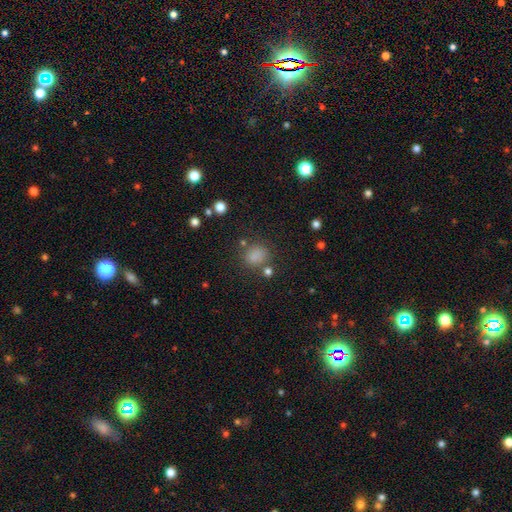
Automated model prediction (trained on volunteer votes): smooth_or_featured: smooth (p=0.78) [alt: star or artifact p=0.16]
how_rounded: round (p=0.72) [alt: in between p=0.27]
merging: none (p=0.74) [alt: minor disturbance p=0.14]